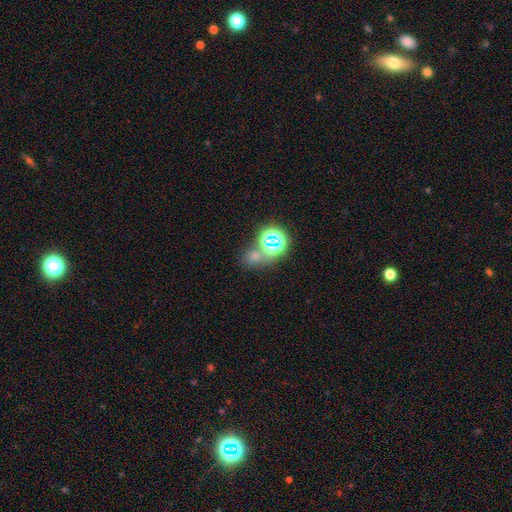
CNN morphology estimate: Smooth or featured?
  - smooth: 49% *
  - star or artifact: 42%
  - featured or disk: 9%
Merging?
  - none: 57% *
  - merger: 27%
  - minor disturbance: 10%
  - major disturbance: 6%